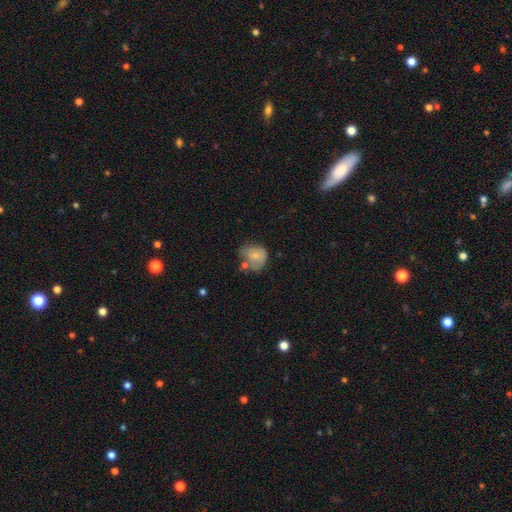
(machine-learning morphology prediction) type=smooth (66%); roundness=round (59%); merging=none (34%).